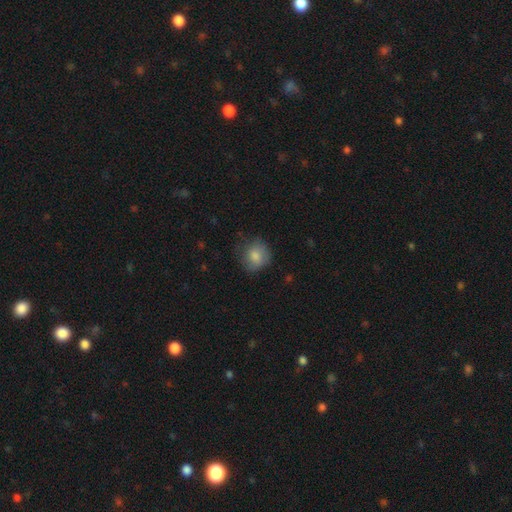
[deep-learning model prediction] This appears to be a smooth galaxy with no disk features (81%) that is round (79%). Merging: none (69%).